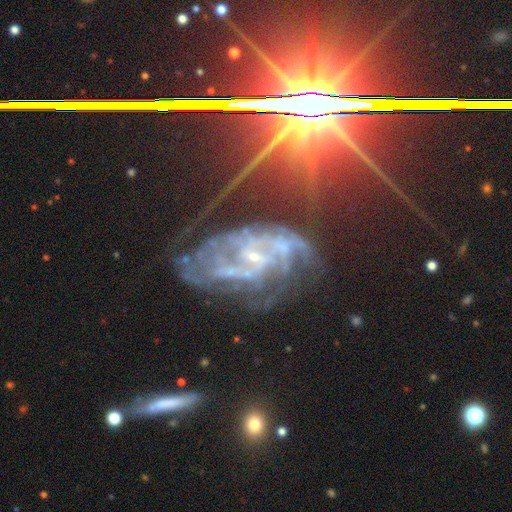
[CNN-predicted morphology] Overall: featured or disk (79%). Edge-on disk: no (95%). Bar: no (49%; weak 34%). Spiral arms: yes (95%). Spiral arm count: 2 (28%; can't tell 27%). Spiral winding: medium (43%, tied with tight). Bulge size: small (77%). Merging: none (57%; minor disturbance 21%).